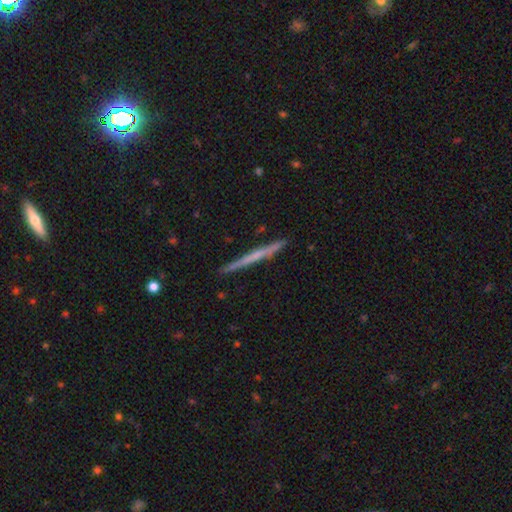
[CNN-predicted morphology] A featured or disk galaxy (61%) viewed edge-on (98%) with no central bulge (68%). Merging: none (92%).